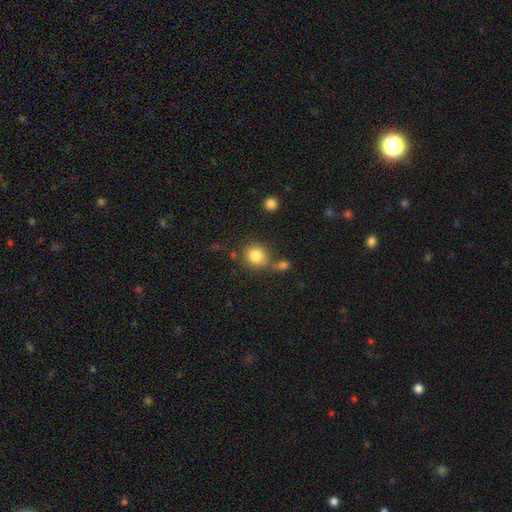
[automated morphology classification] Smooth or featured?
  - smooth: 83% *
  - star or artifact: 10%
  - featured or disk: 7%
How rounded?
  - round: 83% *
  - in between: 16%
  - cigar-shaped: 1%
Merging?
  - none: 63% *
  - merger: 20%
  - minor disturbance: 13%
  - major disturbance: 5%